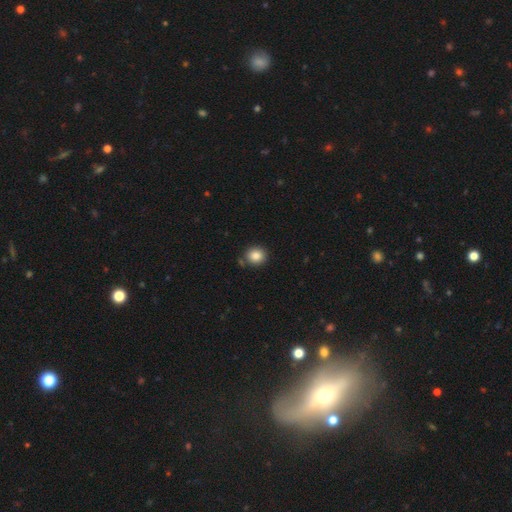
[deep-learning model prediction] A smooth galaxy with no disk features (85%) that is round (84%). Merging: none (82%).